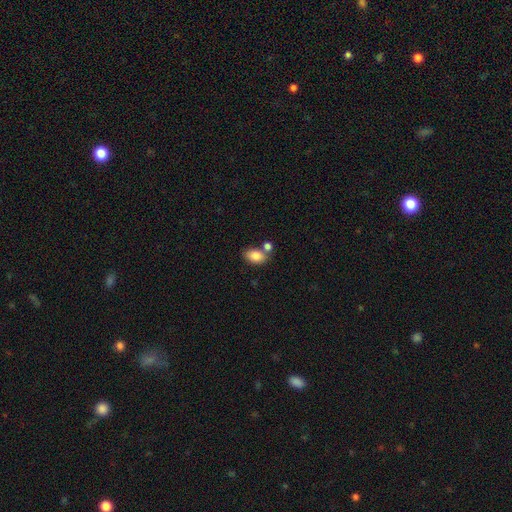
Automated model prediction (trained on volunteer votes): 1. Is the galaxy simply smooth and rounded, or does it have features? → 84% smooth, 8% featured or disk, 8% star or artifact.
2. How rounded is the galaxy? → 86% in between, 12% round, 1% cigar-shaped.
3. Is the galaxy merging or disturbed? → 59% none, 24% merger, 13% minor disturbance, 4% major disturbance.